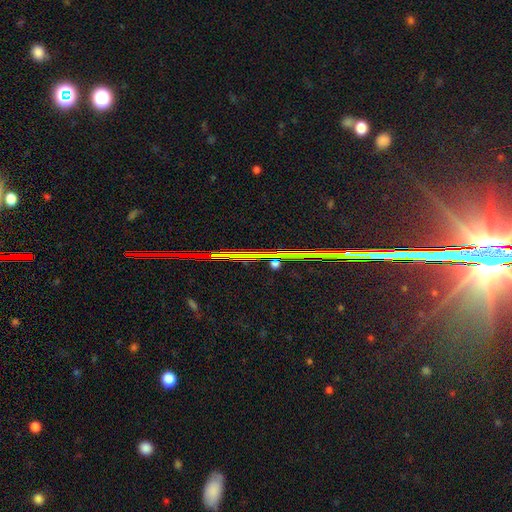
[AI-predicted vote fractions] A star or artifact, not a galaxy (84%).

Vote fractions:
- Smooth or featured? star or artifact: 84% / featured or disk: 9% / smooth: 7%